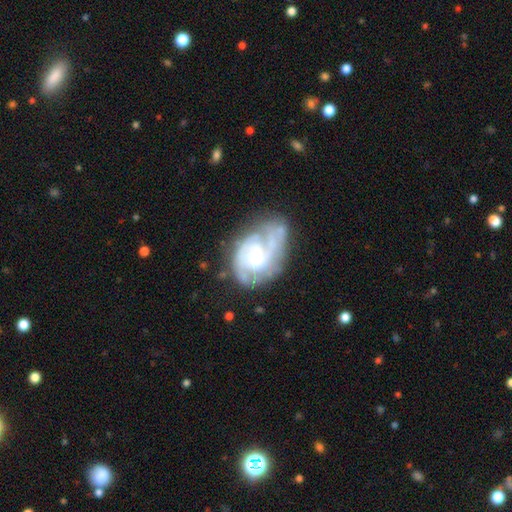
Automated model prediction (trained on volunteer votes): smooth-or-featured: featured or disk: 82% | smooth: 12% | star or artifact: 6%
  disk-edge-on: no: 98% | yes: 2%
    bar: no: 50% | weak: 42% | strong: 8%
    has-spiral-arms: yes: 93% | no: 7%
      spiral-winding: tight: 47% | medium: 41% | loose: 12%
      spiral-arm-count: 2: 50% | can't tell: 21% | 3: 14% | 1: 10% | 4: 3% | more than 4: 3%
    bulge-size: small: 46% | moderate: 34% | none: 12% | large: 7% | dominant: 1%
  merging: none: 55% | minor disturbance: 24% | major disturbance: 17% | merger: 4%